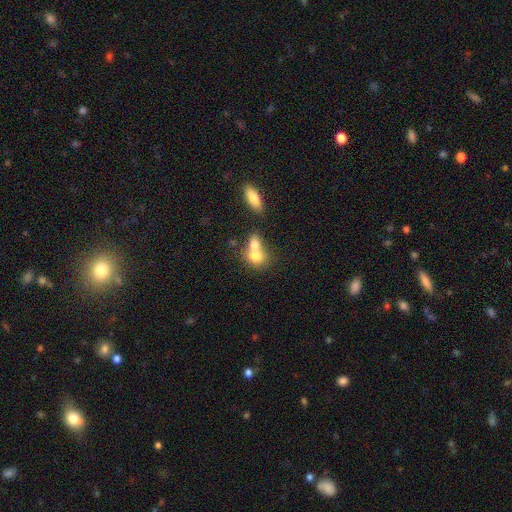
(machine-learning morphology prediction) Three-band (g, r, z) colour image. It shows a smooth galaxy with no disk features (73%) that is round (55%). Merging: merger (68%).